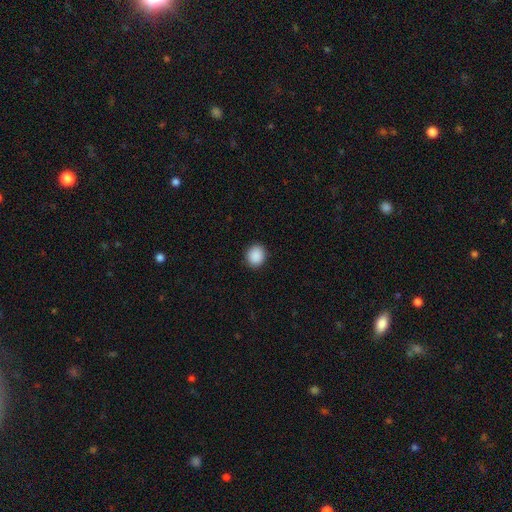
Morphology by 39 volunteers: Q: Smooth or featured?
A: smooth (90%); runner-up: star or artifact (8%)
Q: How rounded?
A: round (74%); runner-up: in between (26%)
Q: Merging?
A: none (92%); runner-up: minor disturbance (6%)